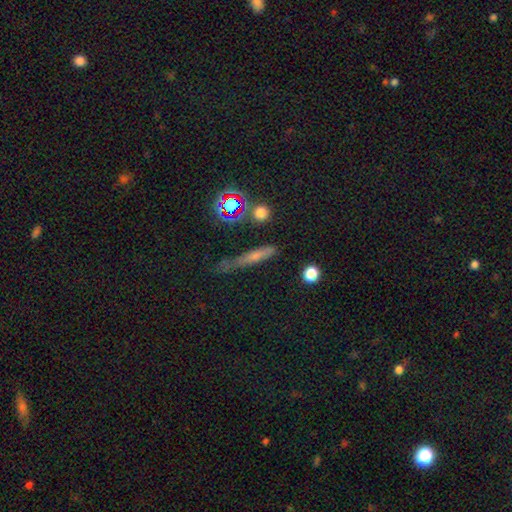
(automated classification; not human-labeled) Overall: smooth (47%; featured or disk 28%). Merging: none (70%).